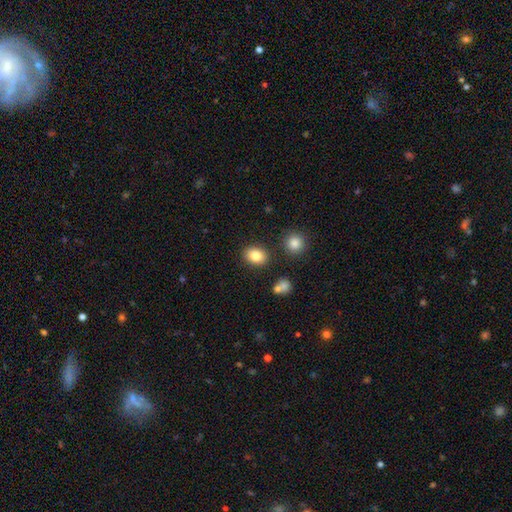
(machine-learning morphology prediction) Q: Smooth or featured?
A: smooth (82%); runner-up: star or artifact (9%)
Q: How rounded?
A: in between (59%); runner-up: round (40%)
Q: Merging?
A: none (85%); runner-up: minor disturbance (9%)